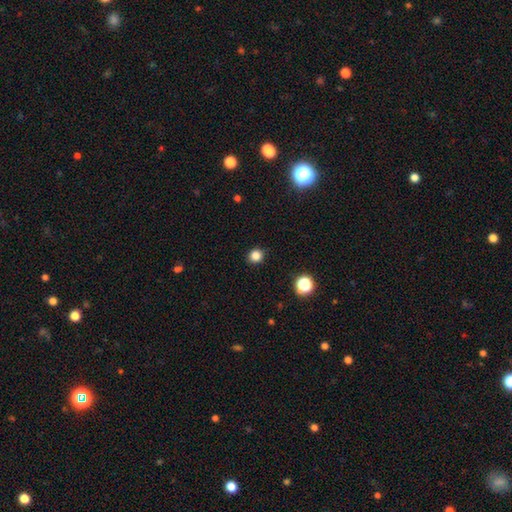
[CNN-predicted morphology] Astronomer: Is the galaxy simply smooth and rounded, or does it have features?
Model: smooth — 83%.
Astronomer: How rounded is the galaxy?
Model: round — 85%.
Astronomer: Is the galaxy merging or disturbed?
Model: none — 90%.